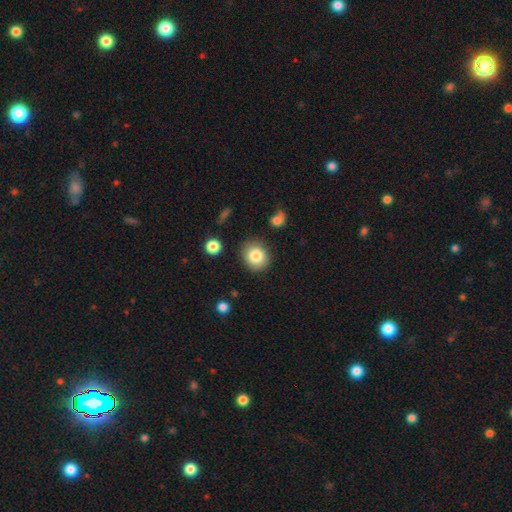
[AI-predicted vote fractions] Smooth or featured?
  - smooth: 83% *
  - star or artifact: 9%
  - featured or disk: 8%
How rounded?
  - round: 74% *
  - in between: 25%
  - cigar-shaped: 1%
Merging?
  - none: 85% *
  - minor disturbance: 10%
  - merger: 3%
  - major disturbance: 3%